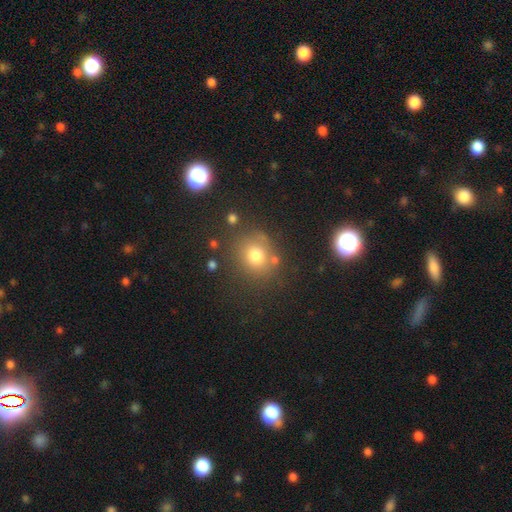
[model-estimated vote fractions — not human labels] Smooth or featured?
  - smooth: 74% *
  - star or artifact: 16%
  - featured or disk: 9%
How rounded?
  - round: 80% *
  - in between: 19%
  - cigar-shaped: 1%
Merging?
  - none: 76% *
  - minor disturbance: 12%
  - merger: 7%
  - major disturbance: 5%